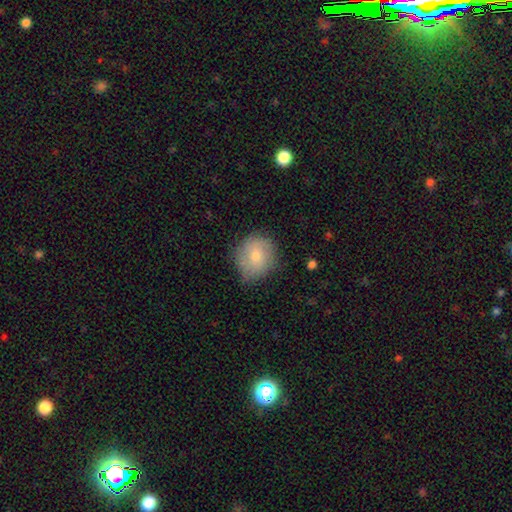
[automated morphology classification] Overall: smooth (71%). How rounded: round (82%). Merging: none (70%).